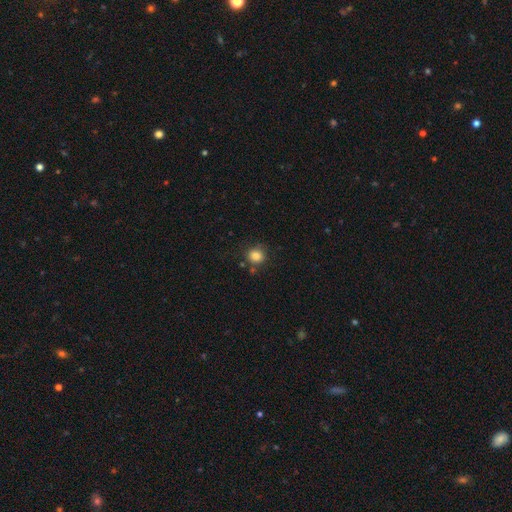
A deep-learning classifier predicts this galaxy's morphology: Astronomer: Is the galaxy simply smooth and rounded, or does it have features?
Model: smooth — 84%.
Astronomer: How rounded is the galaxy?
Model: round — 83%.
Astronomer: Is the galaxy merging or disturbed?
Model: none — 76%.